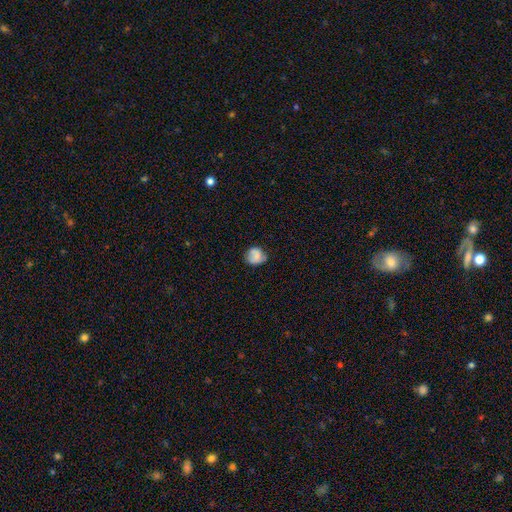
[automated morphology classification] Q: Smooth or featured?
A: smooth (71%); runner-up: featured or disk (20%)
Q: How rounded?
A: round (80%); runner-up: in between (19%)
Q: Merging?
A: none (71%); runner-up: minor disturbance (22%)